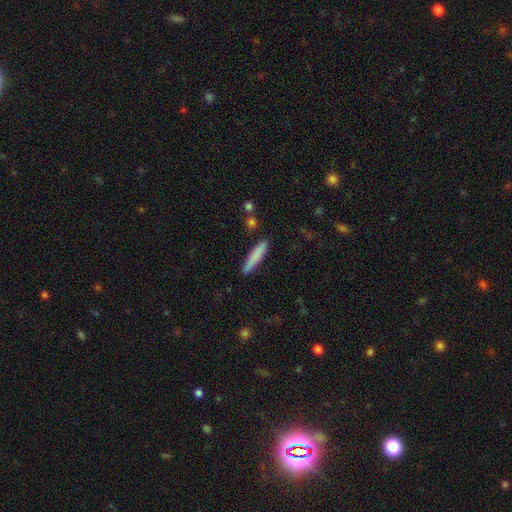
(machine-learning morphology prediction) Smooth or featured? smooth (80%)
How rounded? cigar-shaped (91%)
Merging? none (85%)